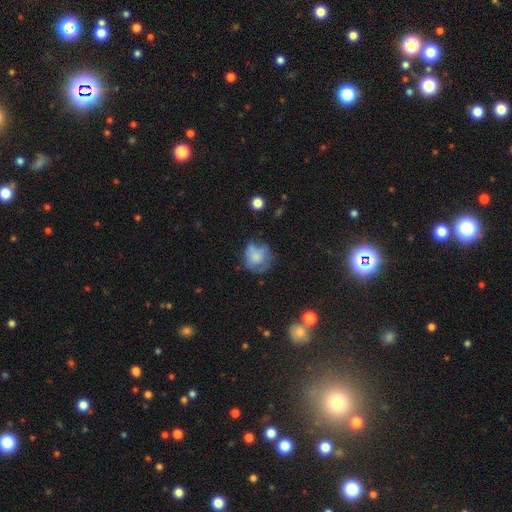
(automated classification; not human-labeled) The model was most divided on "merging": none: 50%, minor disturbance: 28%, major disturbance: 17%, merger: 5%. More confident: how rounded — round (80%); smooth or featured — smooth (60%).